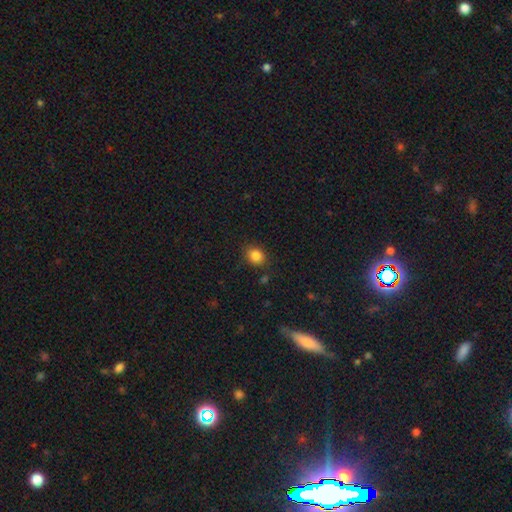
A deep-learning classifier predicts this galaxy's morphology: Smooth or featured? Predicted: smooth (p=0.85). How rounded? Predicted: round (p=0.59). Merging? Predicted: none (p=0.83).